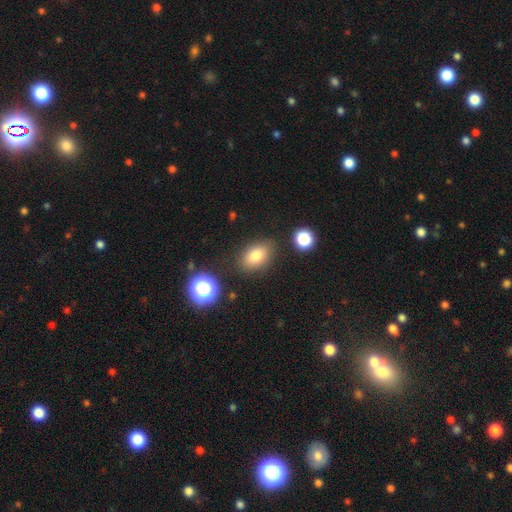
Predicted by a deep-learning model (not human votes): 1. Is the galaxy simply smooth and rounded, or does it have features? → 79% smooth, 11% star or artifact, 9% featured or disk.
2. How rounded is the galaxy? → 81% in between, 17% round, 2% cigar-shaped.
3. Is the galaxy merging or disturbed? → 83% none, 11% minor disturbance, 3% merger, 3% major disturbance.